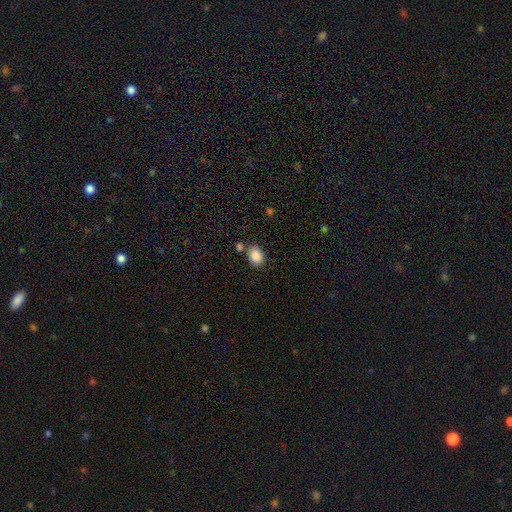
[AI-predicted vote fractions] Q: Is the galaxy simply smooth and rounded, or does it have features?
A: smooth — 88%.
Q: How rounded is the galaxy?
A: in between — 73%.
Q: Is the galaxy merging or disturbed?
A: none — 72%.